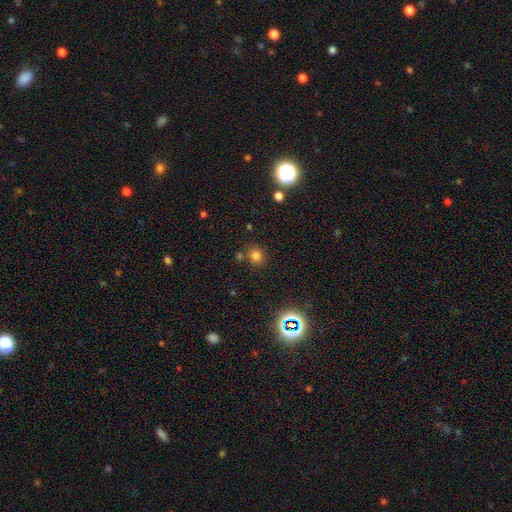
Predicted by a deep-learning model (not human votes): Smooth or featured? smooth (75%)
How rounded? round (80%)
Merging? none (76%)